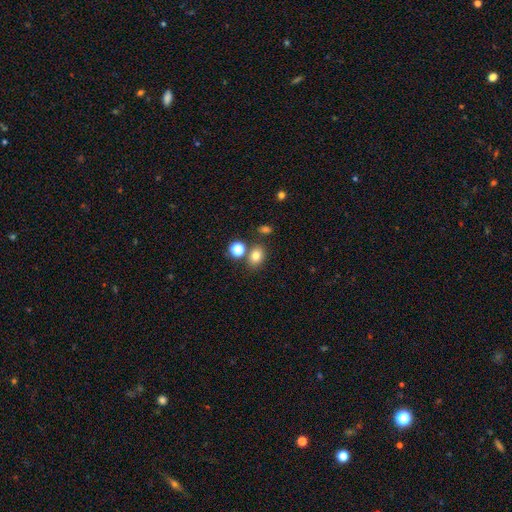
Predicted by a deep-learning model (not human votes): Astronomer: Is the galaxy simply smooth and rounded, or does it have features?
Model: smooth — 78%.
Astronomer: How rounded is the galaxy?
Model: in between — 52% (runner-up: round, 47%).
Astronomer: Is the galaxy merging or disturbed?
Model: none — 72%.